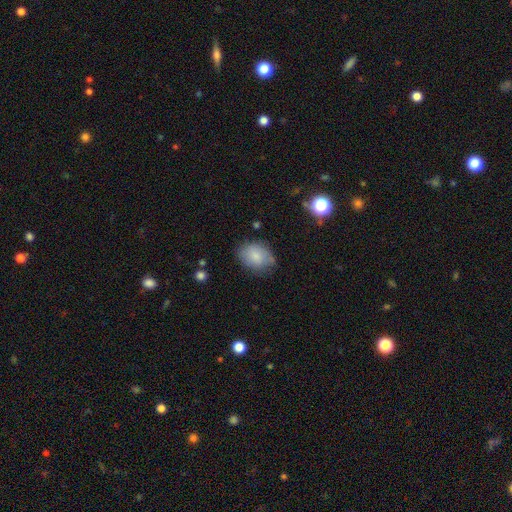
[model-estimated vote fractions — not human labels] Smooth or featured? smooth (80%)
How rounded? in between (72%)
Merging? none (68%)